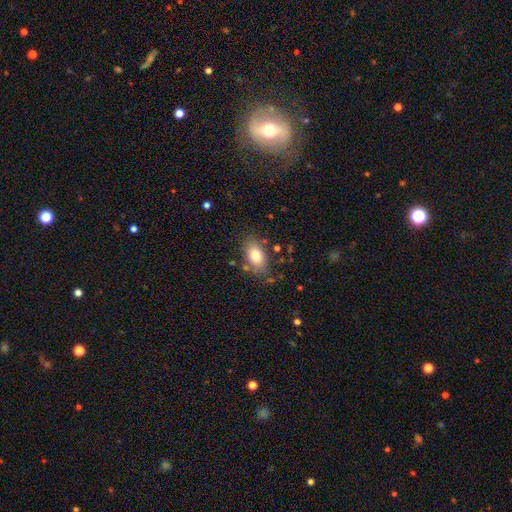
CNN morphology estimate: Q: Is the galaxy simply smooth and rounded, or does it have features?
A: smooth — 80%.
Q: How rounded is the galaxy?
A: in between — 90%.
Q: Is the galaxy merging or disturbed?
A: none — 78%.